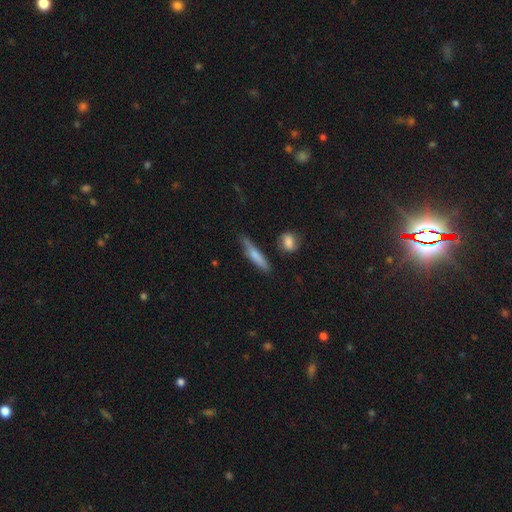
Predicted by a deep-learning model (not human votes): Smooth or featured? Predicted: smooth (p=0.71). How rounded? Predicted: cigar-shaped (p=0.83). Merging? Predicted: none (p=0.71).